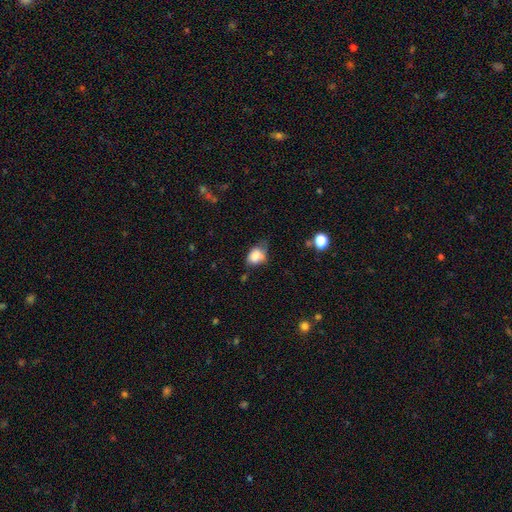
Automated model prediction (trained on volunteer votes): Smooth or featured?
  - smooth: 78% *
  - featured or disk: 12%
  - star or artifact: 9%
How rounded?
  - in between: 70% *
  - round: 29%
  - cigar-shaped: 1%
Merging?
  - minor disturbance: 39% *
  - none: 34%
  - major disturbance: 17%
  - merger: 9%